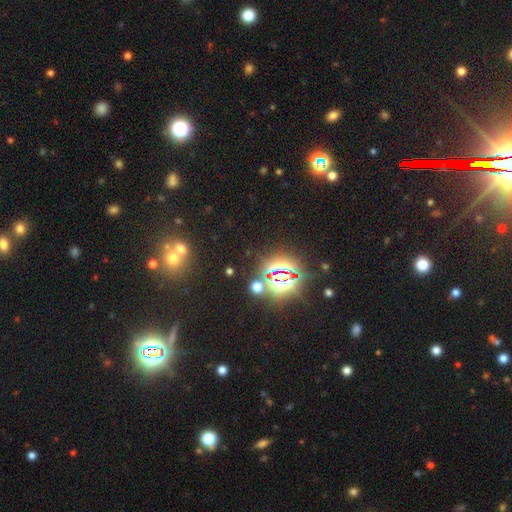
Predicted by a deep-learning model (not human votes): smooth-or-featured: star or artifact: 76% | smooth: 15% | featured or disk: 9%